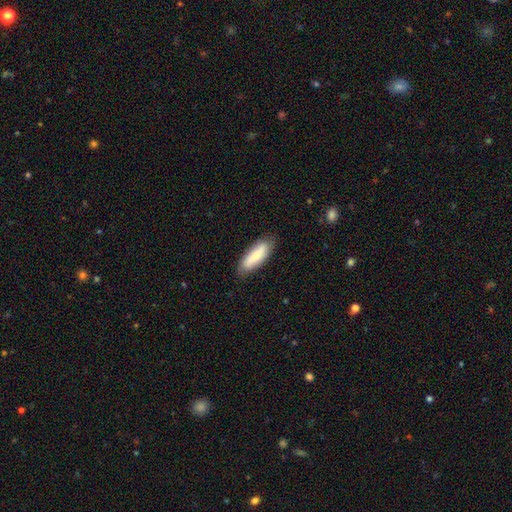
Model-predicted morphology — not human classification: Smooth or featured: smooth — 65% (featured or disk — 29%)
How rounded: in between — 56% (cigar-shaped — 42%)
Merging: none — 82% (minor disturbance — 14%)